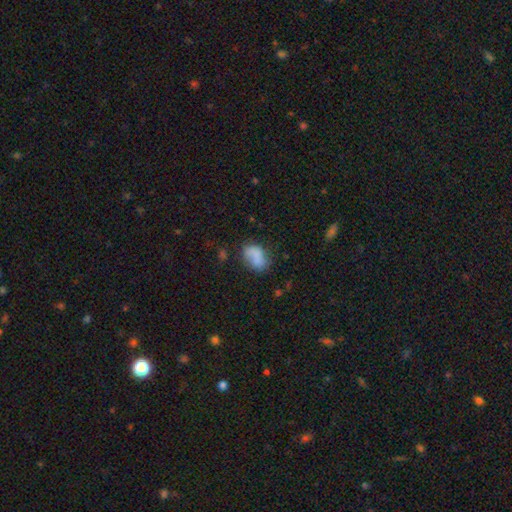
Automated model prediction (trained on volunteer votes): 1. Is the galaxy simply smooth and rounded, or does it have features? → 75% smooth, 16% featured or disk, 10% star or artifact.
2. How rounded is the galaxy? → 82% in between, 16% round, 2% cigar-shaped.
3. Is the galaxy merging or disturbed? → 49% none, 28% minor disturbance, 13% major disturbance, 9% merger.